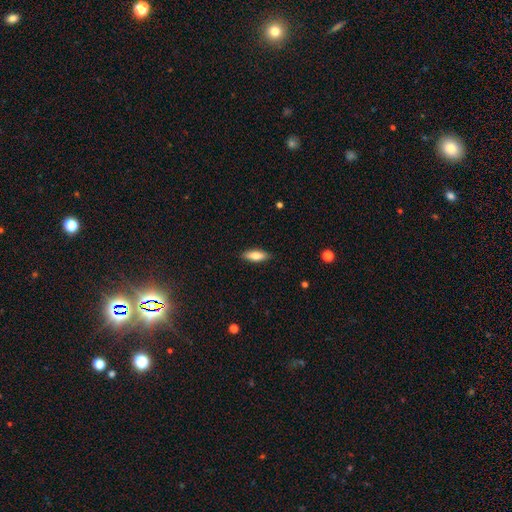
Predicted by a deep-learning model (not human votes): Q: Smooth or featured?
A: smooth (77%); runner-up: featured or disk (17%)
Q: How rounded?
A: in between (66%); runner-up: cigar-shaped (32%)
Q: Merging?
A: none (88%); runner-up: minor disturbance (9%)